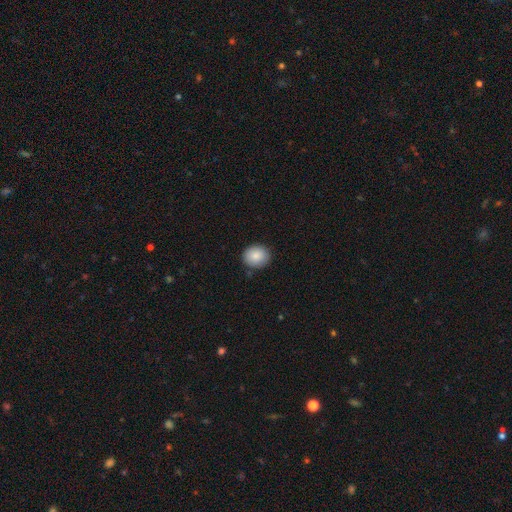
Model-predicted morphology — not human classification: Smooth or featured?
  - smooth: 87% *
  - star or artifact: 7%
  - featured or disk: 5%
How rounded?
  - round: 63% *
  - in between: 36%
  - cigar-shaped: 1%
Merging?
  - none: 87% *
  - minor disturbance: 10%
  - major disturbance: 2%
  - merger: 1%